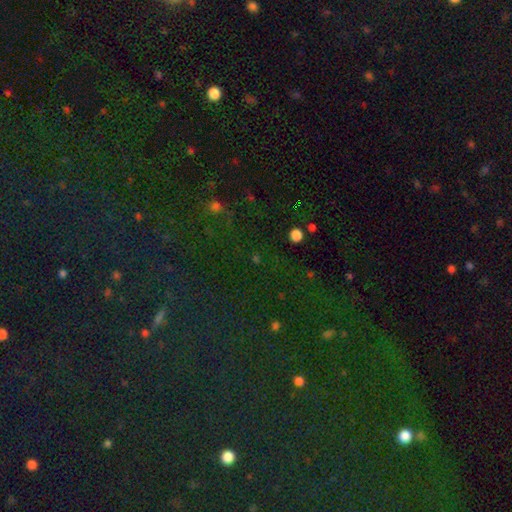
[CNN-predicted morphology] Q: Smooth or featured?
A: star or artifact (80%); runner-up: smooth (12%)